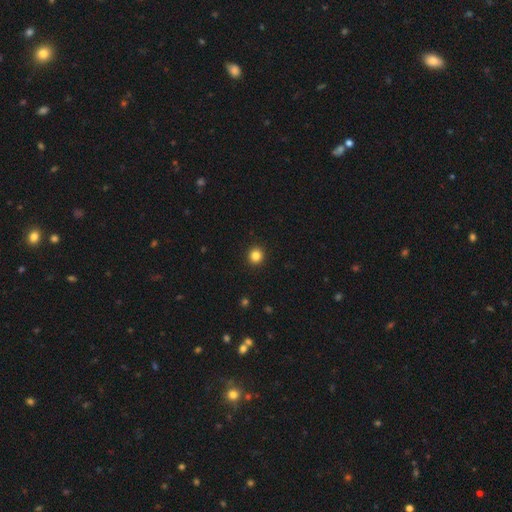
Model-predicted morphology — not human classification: smooth-or-featured: smooth: 84% | star or artifact: 11% | featured or disk: 4%
  how-rounded: round: 93% | in between: 6% | cigar-shaped: 1%
  merging: none: 93% | minor disturbance: 4% | major disturbance: 2% | merger: 1%